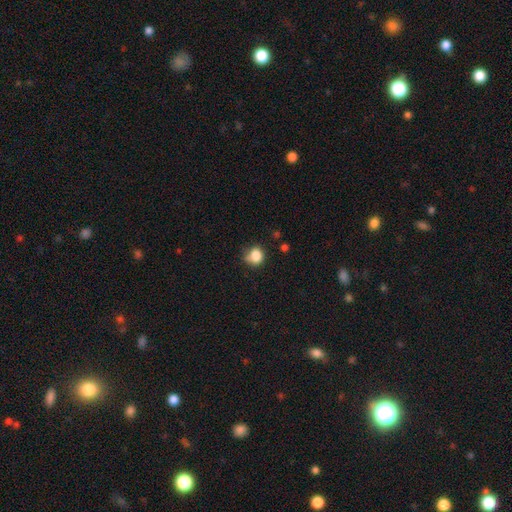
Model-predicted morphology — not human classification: A smooth galaxy with no disk features (83%) that is round (75%). Merging: none (61%).